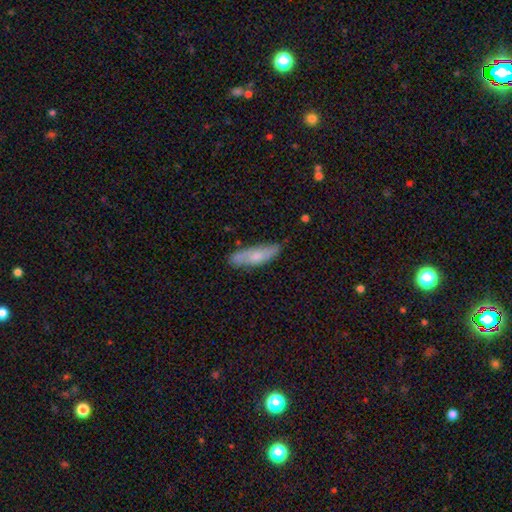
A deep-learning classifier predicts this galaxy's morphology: Smooth or featured: smooth — 66% (featured or disk — 28%)
How rounded: cigar-shaped — 55% (in between — 43%)
Merging: none — 75% (minor disturbance — 19%)